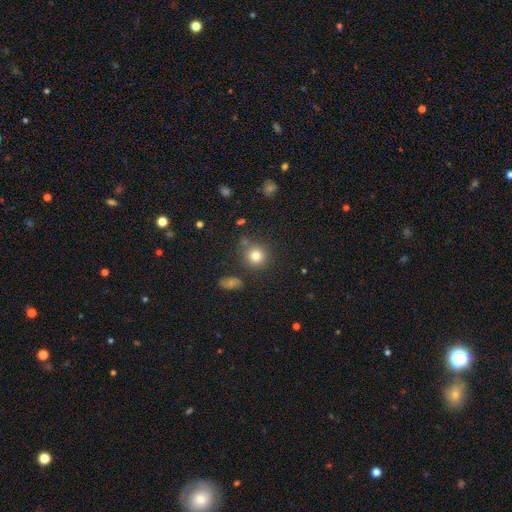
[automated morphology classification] Smooth or featured? smooth (80%)
How rounded? round (91%)
Merging? none (81%)